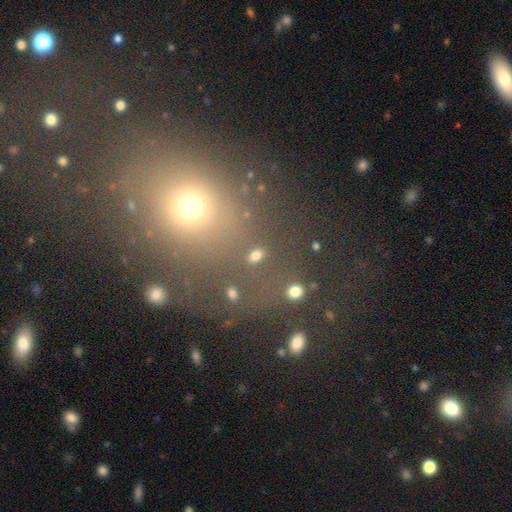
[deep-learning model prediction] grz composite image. It shows a smooth galaxy with no disk features (56%) that is round (69%). Merging: none (67%).